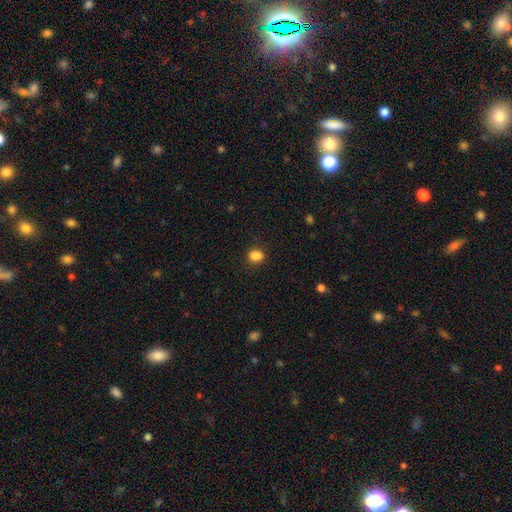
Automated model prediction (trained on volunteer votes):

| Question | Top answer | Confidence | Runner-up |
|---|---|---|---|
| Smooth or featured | smooth | 85% | star or artifact (11%) |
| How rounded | in between | 51% | round (47%) |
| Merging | none | 78% | minor disturbance (15%) |